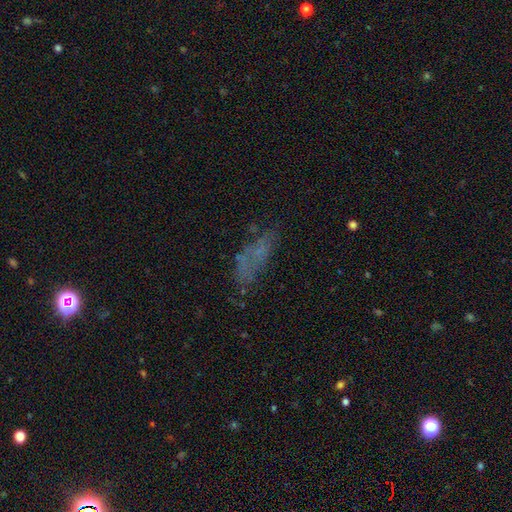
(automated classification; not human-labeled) smooth-or-featured: smooth: 45% | featured or disk: 32% | star or artifact: 23%
  merging: none: 51% | minor disturbance: 22% | major disturbance: 21% | merger: 5%